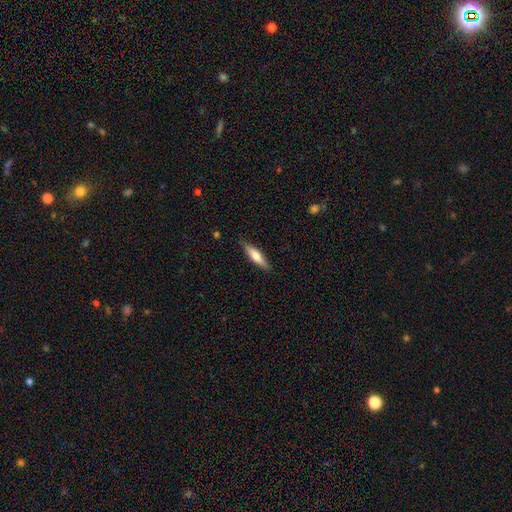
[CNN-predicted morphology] The model was most divided on "how rounded": cigar-shaped: 68%, in between: 30%, round: 2%. More confident: merging — none (84%); smooth or featured — smooth (67%).